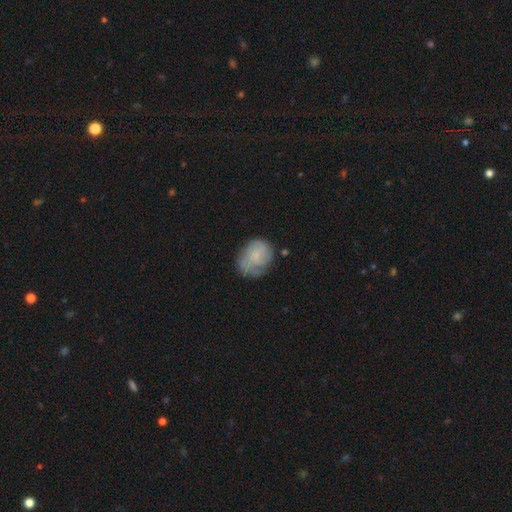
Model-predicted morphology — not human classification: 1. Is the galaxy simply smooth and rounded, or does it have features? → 49% smooth, 44% featured or disk, 8% star or artifact.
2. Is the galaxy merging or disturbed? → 54% none, 28% minor disturbance, 16% major disturbance, 2% merger.